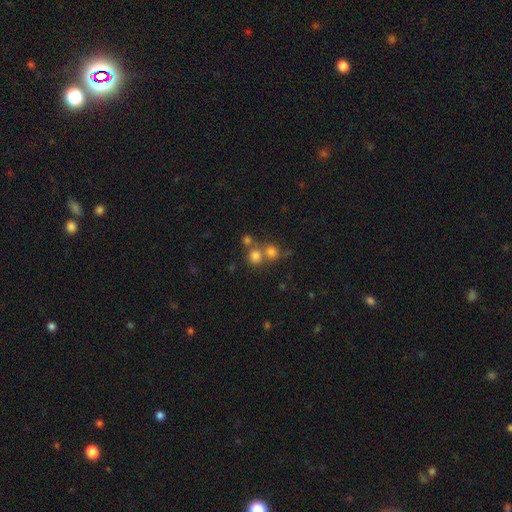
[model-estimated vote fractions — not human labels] smooth_or_featured: smooth (p=0.75) [alt: star or artifact p=0.16]
how_rounded: round (p=0.86) [alt: in between p=0.13]
merging: none (p=0.53) [alt: merger p=0.37]